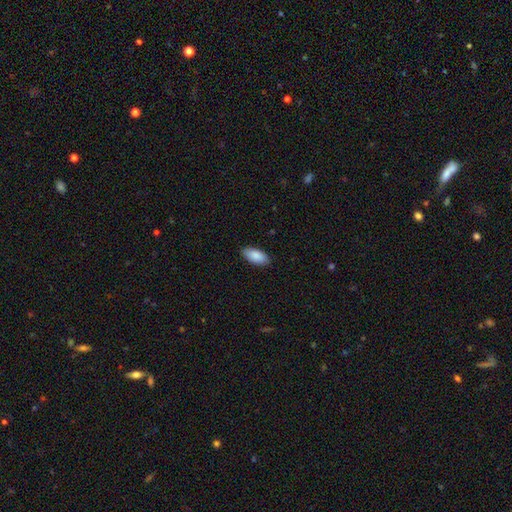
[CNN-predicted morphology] type=smooth (89%); roundness=in between (92%); merging=none (88%).